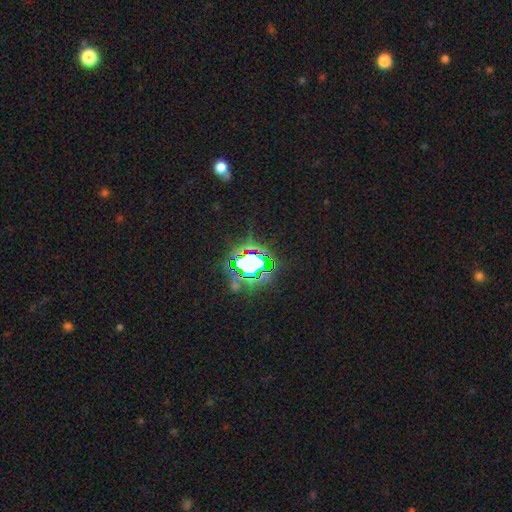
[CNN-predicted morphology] Smooth or featured? Predicted: star or artifact (p=0.77).